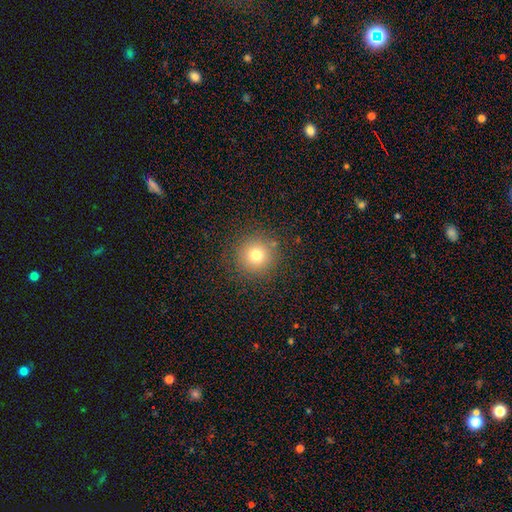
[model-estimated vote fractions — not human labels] smooth_or_featured: smooth (p=0.76) [alt: star or artifact p=0.15]
how_rounded: round (p=0.95) [alt: in between p=0.04]
merging: none (p=0.88) [alt: minor disturbance p=0.07]